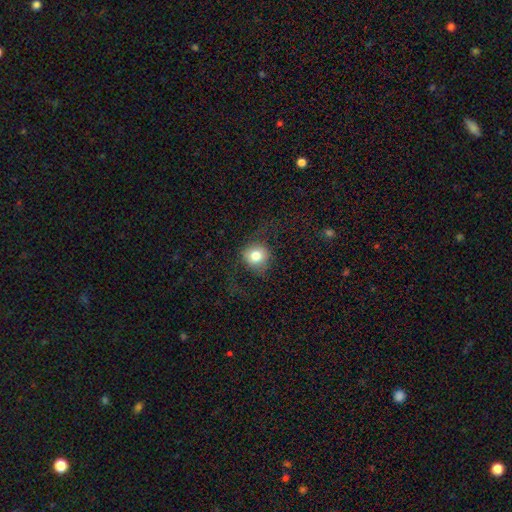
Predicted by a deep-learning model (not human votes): Smooth or featured? smooth (75%)
How rounded? round (88%)
Merging? none (70%)